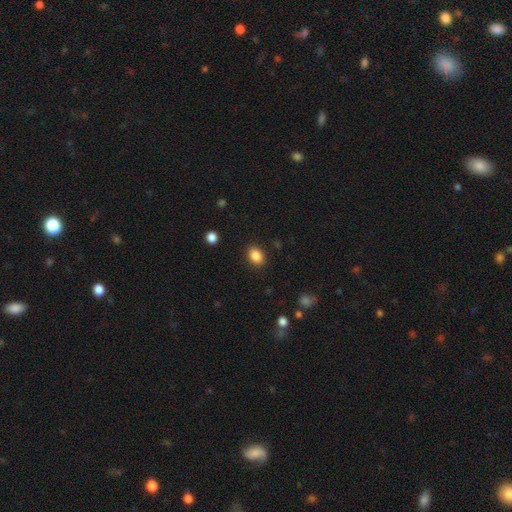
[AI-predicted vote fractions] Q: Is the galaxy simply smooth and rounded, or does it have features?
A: smooth — 87%.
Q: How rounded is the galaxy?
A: in between — 78%.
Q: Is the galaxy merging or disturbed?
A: none — 88%.